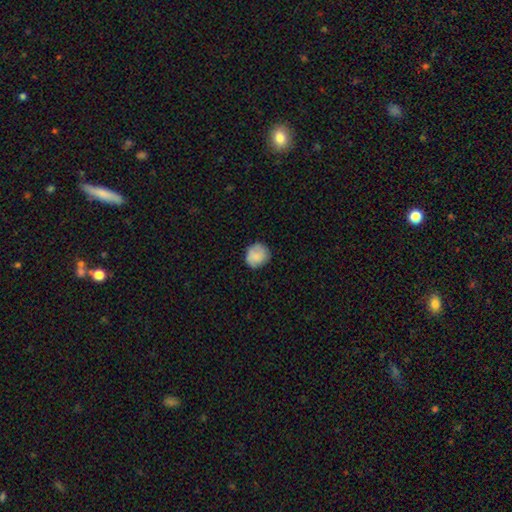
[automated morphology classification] A smooth galaxy with no disk features (83%) that is round (86%).

Vote fractions:
- Smooth or featured? smooth: 83% / featured or disk: 10% / star or artifact: 7%
- How rounded? round: 86% / in between: 13% / cigar-shaped: 1%
- Merging? none: 81% / minor disturbance: 15% / major disturbance: 3% / merger: 1%